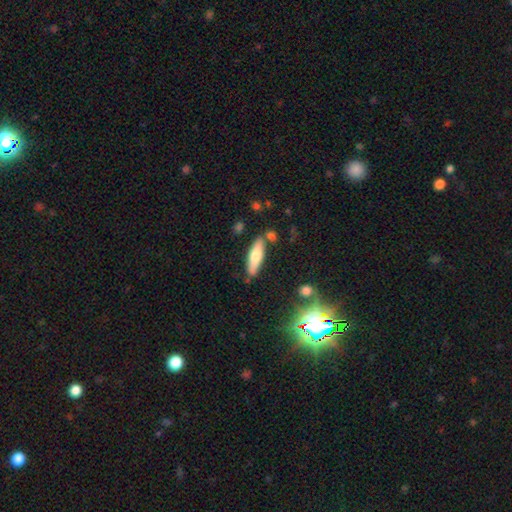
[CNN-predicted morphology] Smooth or featured: smooth — 63% (featured or disk — 31%)
How rounded: cigar-shaped — 60% (in between — 38%)
Merging: none — 80% (minor disturbance — 12%)